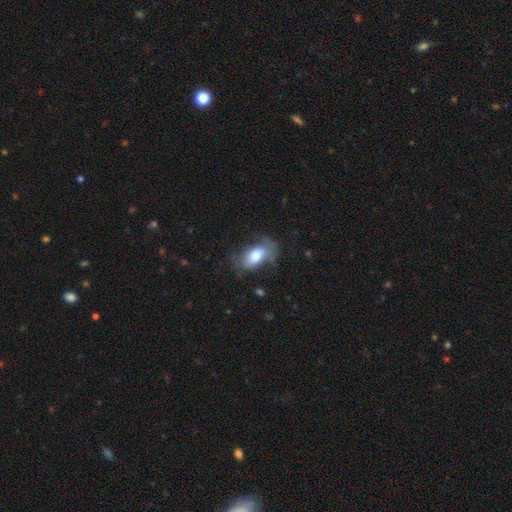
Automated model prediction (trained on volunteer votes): A smooth galaxy with no disk features (66%) that is in between round and cigar-shaped (90%). Merging: none (54%).